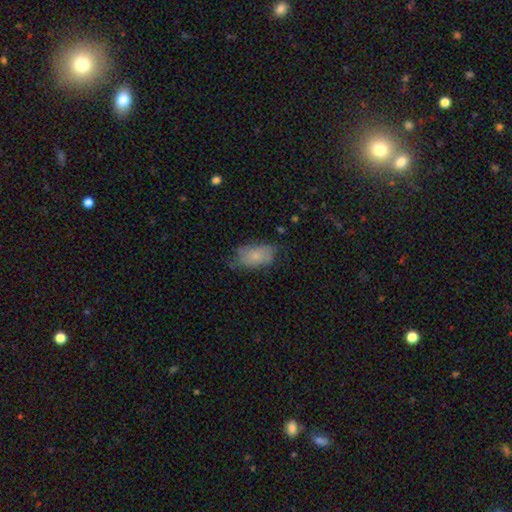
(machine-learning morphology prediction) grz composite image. It shows a smooth galaxy with no disk features (72%) that is in between round and cigar-shaped (92%). Merging: none (52%).